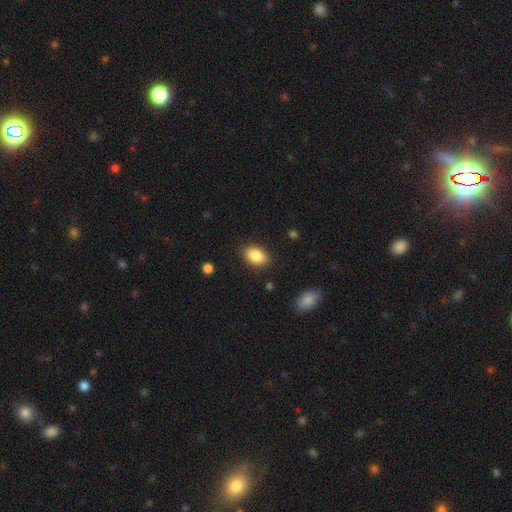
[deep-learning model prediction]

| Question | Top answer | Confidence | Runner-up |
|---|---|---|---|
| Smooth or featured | smooth | 87% | star or artifact (7%) |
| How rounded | in between | 88% | round (11%) |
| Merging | none | 86% | minor disturbance (10%) |